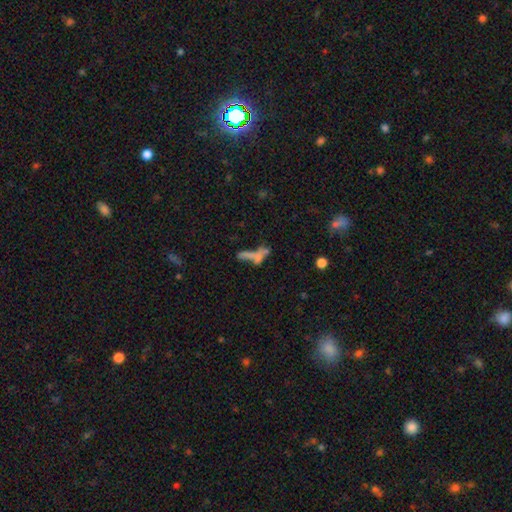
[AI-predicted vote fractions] Q: Smooth or featured?
A: smooth (51%); runner-up: featured or disk (32%)
Q: How rounded?
A: cigar-shaped (56%); runner-up: in between (36%)
Q: Merging?
A: merger (44%); runner-up: none (28%)